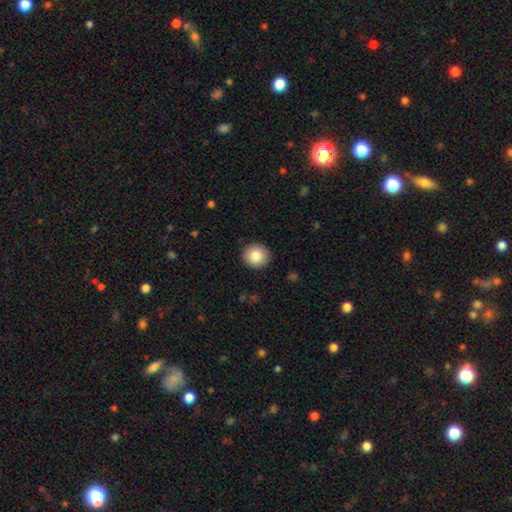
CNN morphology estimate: Q: Smooth or featured?
A: smooth (83%); runner-up: star or artifact (9%)
Q: How rounded?
A: round (93%); runner-up: in between (6%)
Q: Merging?
A: none (92%); runner-up: minor disturbance (6%)